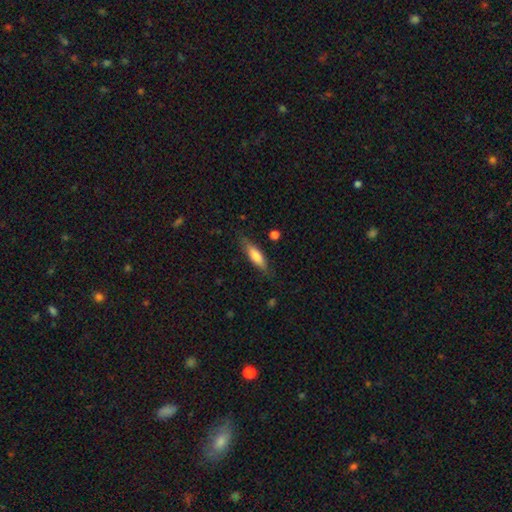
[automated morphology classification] Smooth or featured: smooth — 72% (featured or disk — 22%)
How rounded: cigar-shaped — 57% (in between — 41%)
Merging: none — 78% (minor disturbance — 17%)